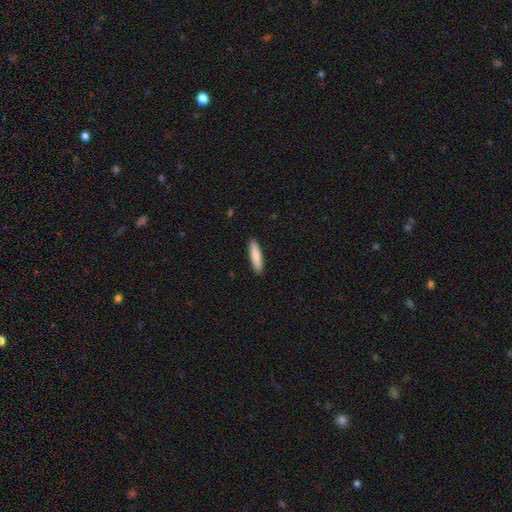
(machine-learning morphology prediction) smooth_or_featured: smooth (p=0.83) [alt: featured or disk p=0.12]
how_rounded: cigar-shaped (p=0.78) [alt: in between p=0.20]
merging: none (p=0.91) [alt: minor disturbance p=0.07]